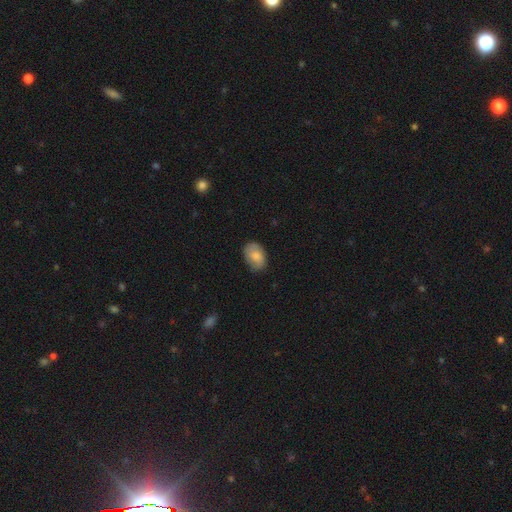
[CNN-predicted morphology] A smooth galaxy with no disk features (78%) that is in between round and cigar-shaped (82%).

Vote fractions:
- Smooth or featured? smooth: 78% / featured or disk: 15% / star or artifact: 7%
- How rounded? in between: 82% / round: 16% / cigar-shaped: 1%
- Merging? none: 76% / minor disturbance: 19% / major disturbance: 4% / merger: 1%